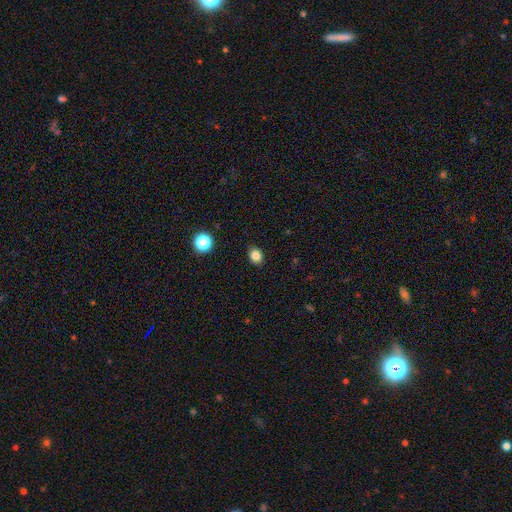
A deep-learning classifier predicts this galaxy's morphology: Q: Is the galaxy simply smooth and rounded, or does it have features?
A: smooth — 84%.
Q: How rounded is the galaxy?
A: in between — 51%.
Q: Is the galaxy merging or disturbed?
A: none — 89%.